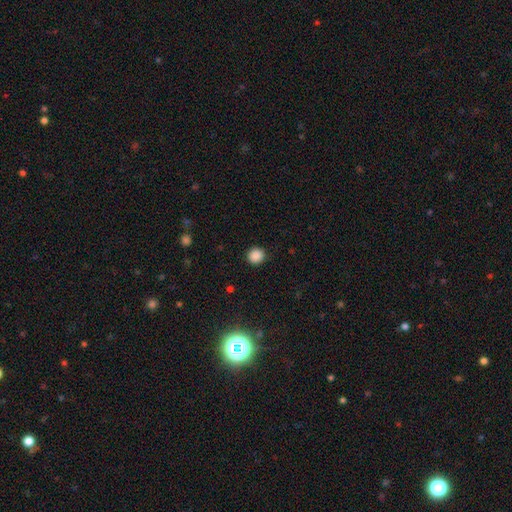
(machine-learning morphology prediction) Q: Smooth or featured?
A: smooth (87%); runner-up: star or artifact (10%)
Q: How rounded?
A: round (91%); runner-up: in between (8%)
Q: Merging?
A: none (91%); runner-up: minor disturbance (6%)